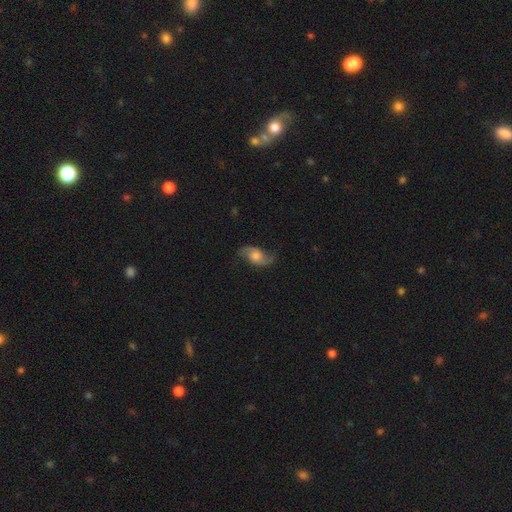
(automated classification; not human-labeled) Smooth or featured? Predicted: featured or disk (p=0.73). Edge-on disk? Predicted: no (p=0.95). Bar? Predicted: no (p=0.69). Spiral arms? Predicted: yes (p=0.94). Spiral winding? Predicted: loose (p=0.68). Spiral arm count? Predicted: 2 (p=0.92). Bulge size? Predicted: moderate (p=0.44). Merging? Predicted: none (p=0.74).